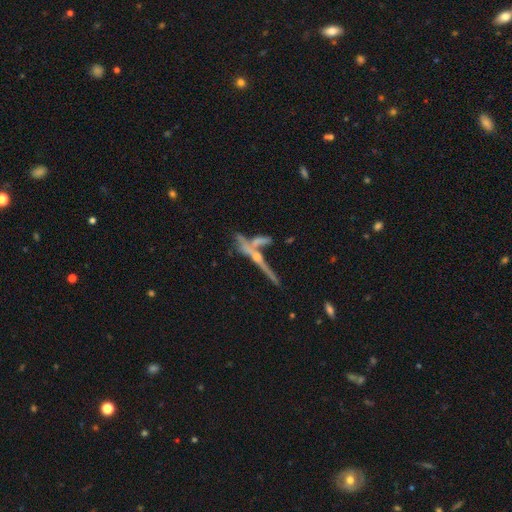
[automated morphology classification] Smooth or featured?
  - featured or disk: 69% *
  - smooth: 20%
  - star or artifact: 11%
Edge-on disk?
  - yes: 92% *
  - no: 8%
Edge-on bulge?
  - rounded: 64% *
  - none: 28%
  - boxy: 8%
Merging?
  - none: 54% *
  - merger: 30%
  - minor disturbance: 11%
  - major disturbance: 6%